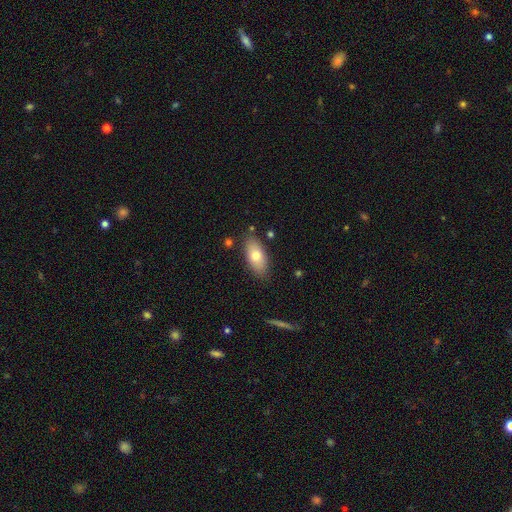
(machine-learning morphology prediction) Smooth or featured? Predicted: smooth (p=0.73). How rounded? Predicted: in between (p=0.87). Merging? Predicted: none (p=0.83).